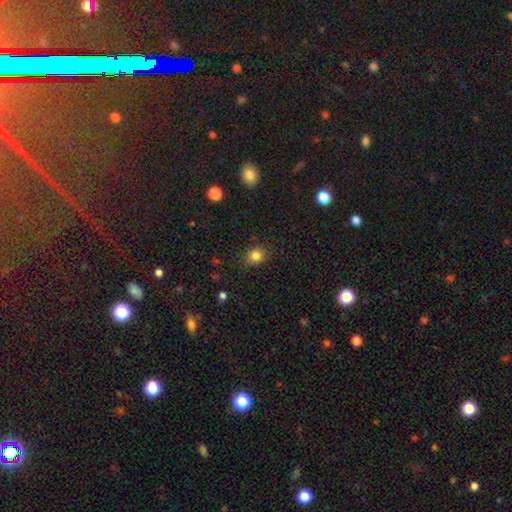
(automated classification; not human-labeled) smooth_or_featured: smooth (p=0.83) [alt: star or artifact p=0.12]
how_rounded: round (p=0.60) [alt: in between p=0.39]
merging: none (p=0.86) [alt: minor disturbance p=0.10]